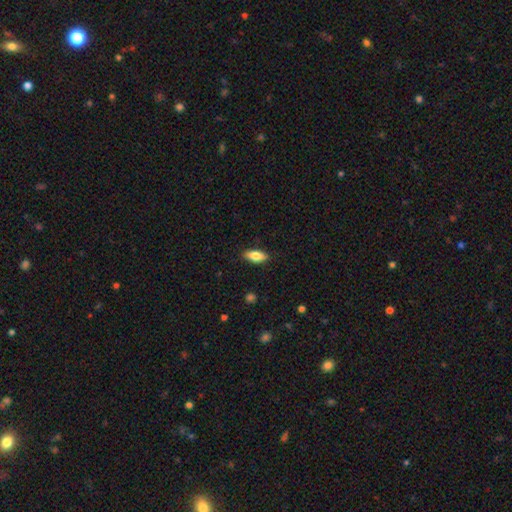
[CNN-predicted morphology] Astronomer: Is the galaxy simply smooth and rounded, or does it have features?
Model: smooth — 81%.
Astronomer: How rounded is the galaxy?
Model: in between — 84%.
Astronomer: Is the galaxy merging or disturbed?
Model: none — 88%.